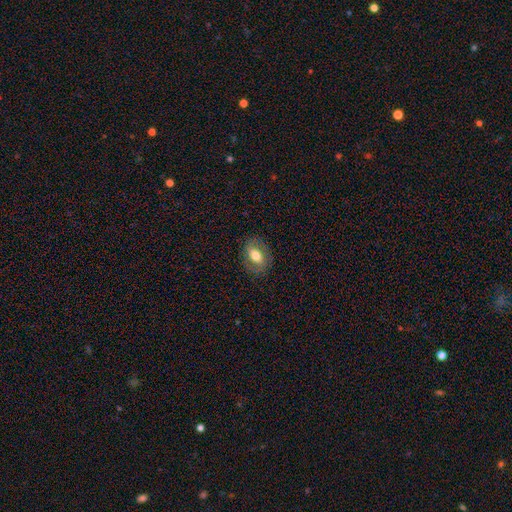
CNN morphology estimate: smooth 61%, featured or disk 31%, star or artifact 8%. Down the decision tree: how rounded — in between (79%); merging — none (81%).